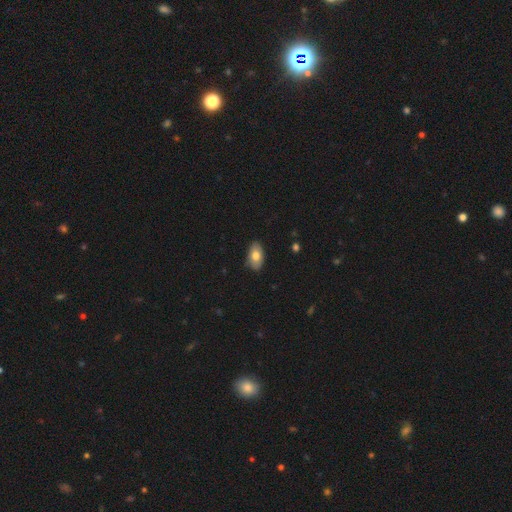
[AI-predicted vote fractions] Morphology: type=smooth (77%); roundness=in between (93%); merging=none (84%).